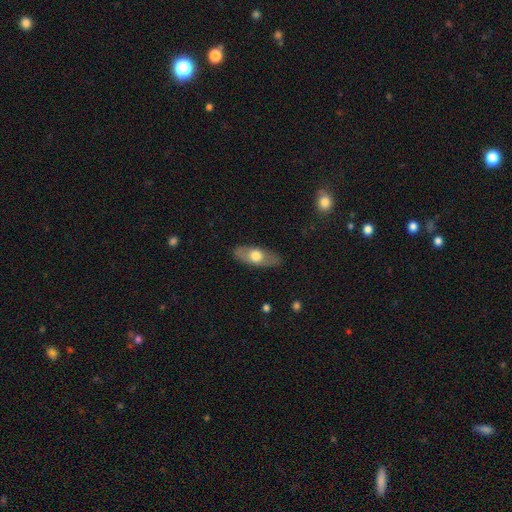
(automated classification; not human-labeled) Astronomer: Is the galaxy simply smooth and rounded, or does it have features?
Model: smooth — 57% (runner-up: featured or disk, 38%).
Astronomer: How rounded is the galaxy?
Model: in between — 74%.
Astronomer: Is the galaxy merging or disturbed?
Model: none — 83%.